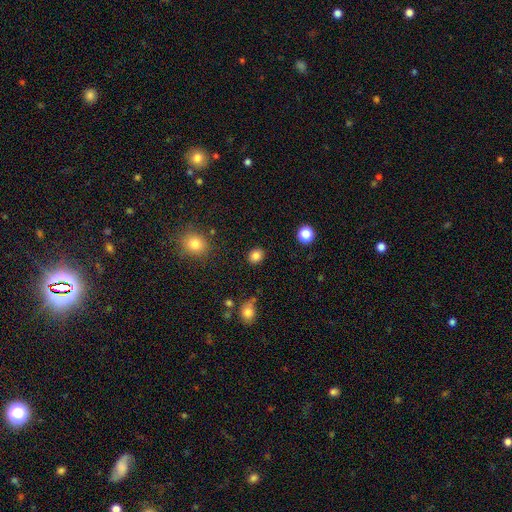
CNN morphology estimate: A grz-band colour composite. It shows a smooth galaxy with no disk features (85%) that is round (66%). Merging: none (88%).